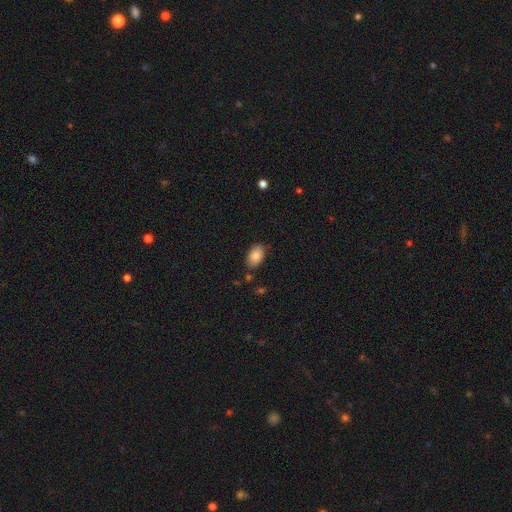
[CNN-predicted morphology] Smooth or featured: smooth — 87% (star or artifact — 7%)
How rounded: in between — 91% (round — 8%)
Merging: none — 79% (minor disturbance — 15%)